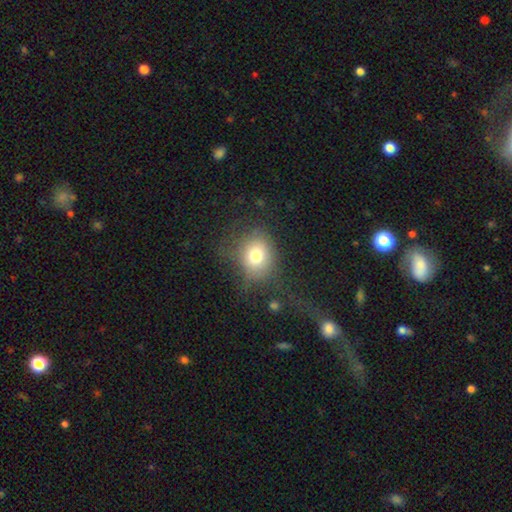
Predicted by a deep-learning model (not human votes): smooth 74%, featured or disk 14%, star or artifact 12%. Down the decision tree: how rounded — round (62%); merging — none (58%).